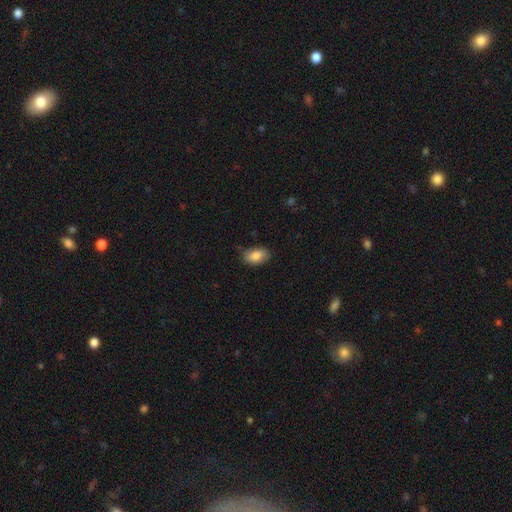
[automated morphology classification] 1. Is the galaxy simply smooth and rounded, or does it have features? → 83% smooth, 10% featured or disk, 7% star or artifact.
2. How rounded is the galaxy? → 91% in between, 7% round, 2% cigar-shaped.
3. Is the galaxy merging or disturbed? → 75% none, 20% minor disturbance, 4% major disturbance, 1% merger.